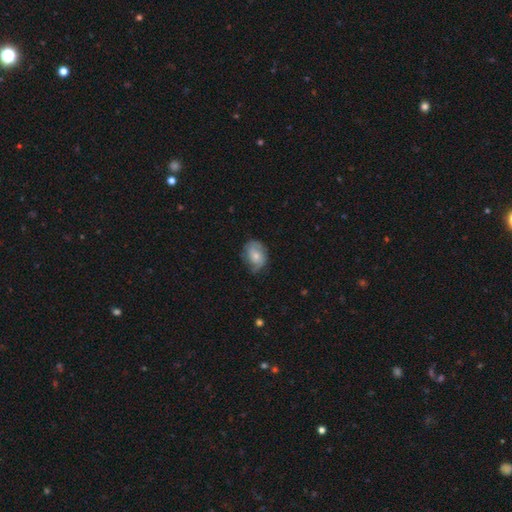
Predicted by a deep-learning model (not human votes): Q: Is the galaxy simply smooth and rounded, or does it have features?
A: smooth — 51%.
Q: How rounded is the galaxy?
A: in between — 61%.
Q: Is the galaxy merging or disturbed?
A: none — 57%.